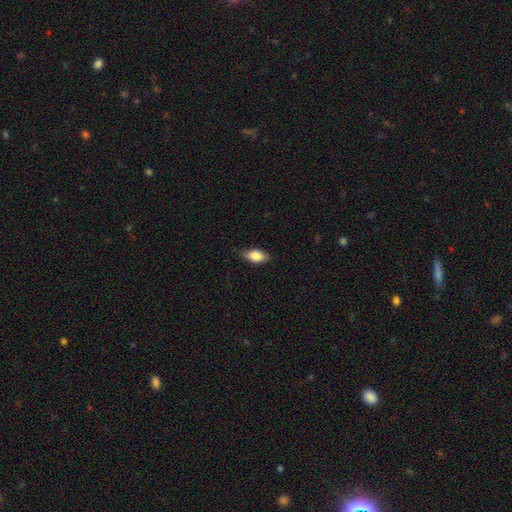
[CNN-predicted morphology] A smooth galaxy with no disk features (75%) that is in between round and cigar-shaped (86%). Merging: none (83%).